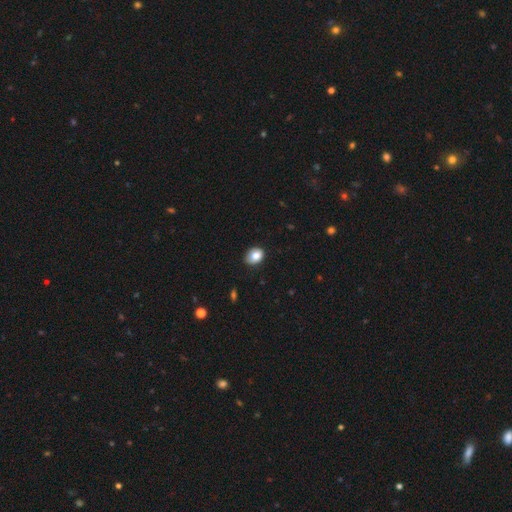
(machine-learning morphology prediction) A smooth galaxy with no disk features (83%) that is in between round and cigar-shaped (62%).

Vote fractions:
- Smooth or featured? smooth: 83% / star or artifact: 9% / featured or disk: 8%
- How rounded? in between: 62% / round: 37% / cigar-shaped: 1%
- Merging? none: 77% / minor disturbance: 19% / major disturbance: 3% / merger: 1%